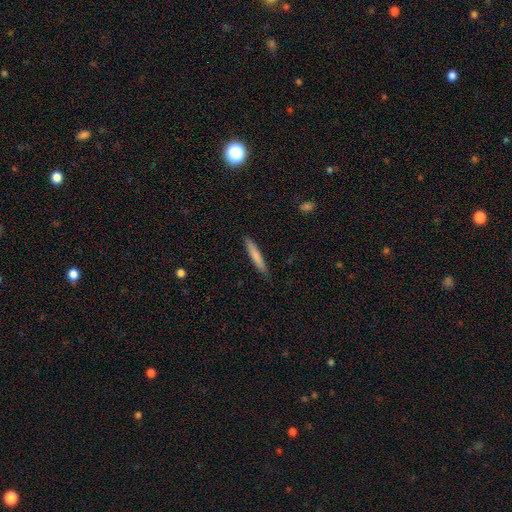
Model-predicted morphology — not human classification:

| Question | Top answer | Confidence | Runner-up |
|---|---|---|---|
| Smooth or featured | smooth | 79% | featured or disk (16%) |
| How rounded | cigar-shaped | 93% | in between (6%) |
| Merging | none | 86% | minor disturbance (11%) |